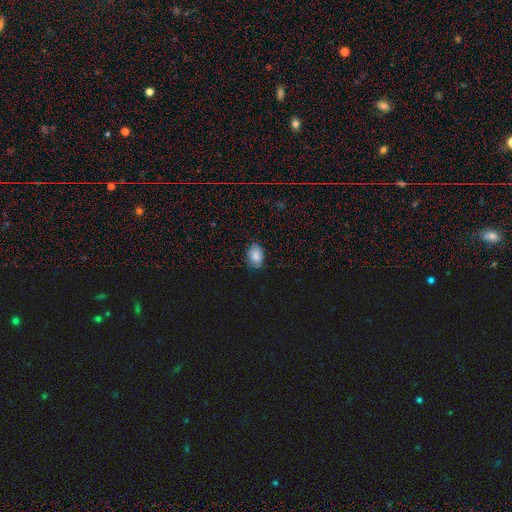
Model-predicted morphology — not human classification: Q: Smooth or featured?
A: smooth (82%); runner-up: star or artifact (11%)
Q: How rounded?
A: in between (76%); runner-up: round (22%)
Q: Merging?
A: none (79%); runner-up: minor disturbance (17%)